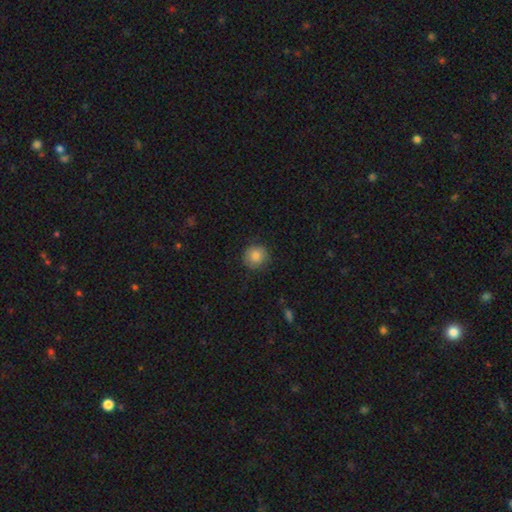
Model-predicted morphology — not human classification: This is clearly a smooth galaxy (85%). How rounded: clearly round (93%). Merging: clearly none (85%).